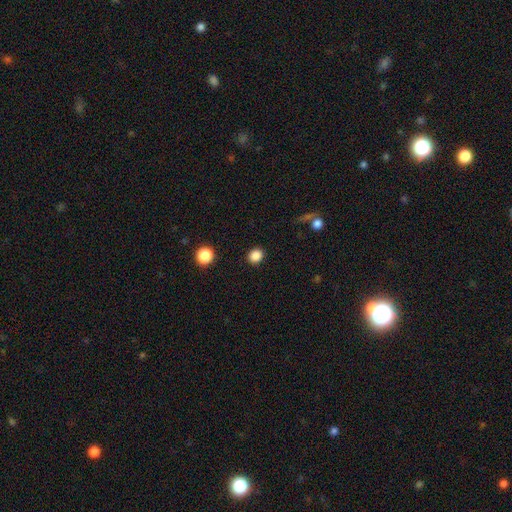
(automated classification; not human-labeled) smooth_or_featured: smooth (p=0.86) [alt: star or artifact p=0.11]
how_rounded: round (p=0.75) [alt: in between p=0.24]
merging: none (p=0.90) [alt: minor disturbance p=0.06]